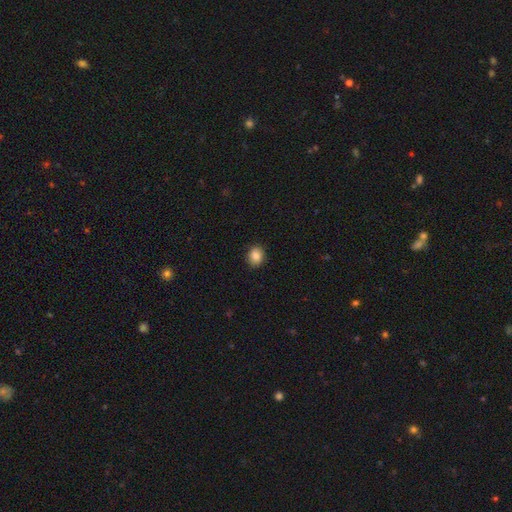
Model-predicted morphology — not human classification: Overall: smooth (86%). How rounded: round (61%; in between 38%). Merging: none (90%).